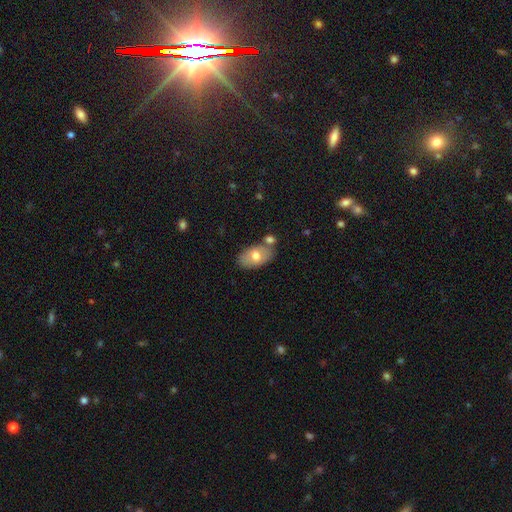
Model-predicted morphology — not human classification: This is likely a smooth galaxy (69%). How rounded: clearly in between (91%). Merging: likely none (67%).